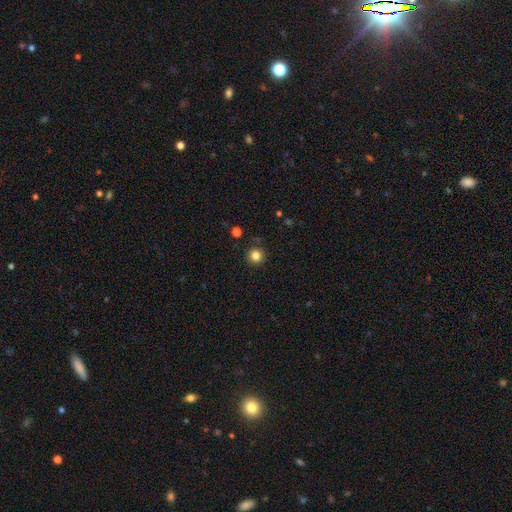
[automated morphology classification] Smooth or featured? smooth (83%)
How rounded? round (95%)
Merging? none (90%)